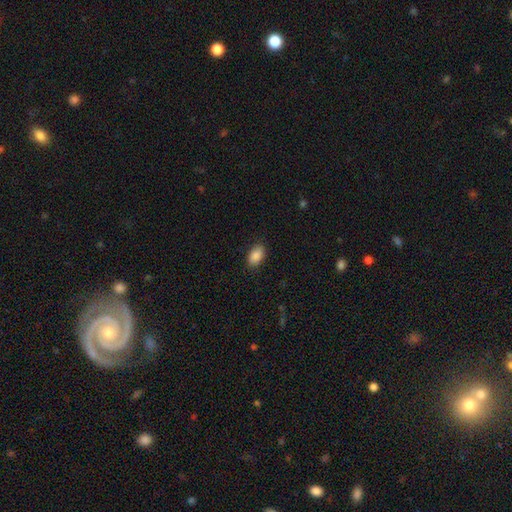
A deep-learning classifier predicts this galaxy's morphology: The model was most divided on "merging": none: 87%, minor disturbance: 9%, major disturbance: 2%, merger: 1%. More confident: how rounded — in between (92%); smooth or featured — smooth (89%).